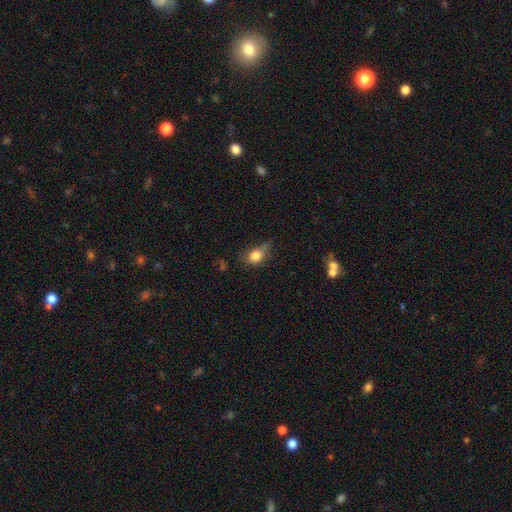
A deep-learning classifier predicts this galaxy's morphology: Smooth or featured? smooth (78%)
How rounded? in between (66%)
Merging? minor disturbance (40%, tied with none)